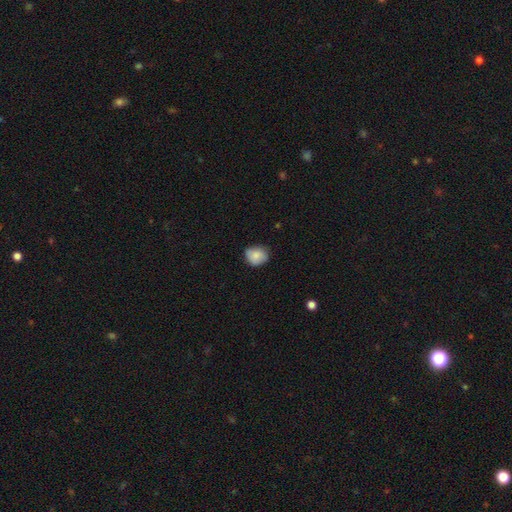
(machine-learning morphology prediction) Smooth or featured: smooth — 84% (featured or disk — 9%)
How rounded: round — 67% (in between — 32%)
Merging: none — 74% (minor disturbance — 21%)